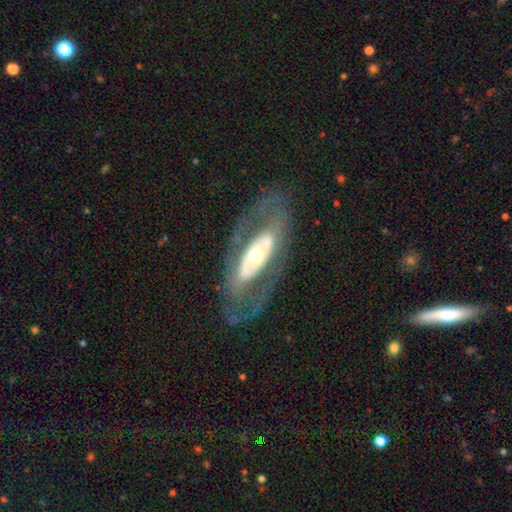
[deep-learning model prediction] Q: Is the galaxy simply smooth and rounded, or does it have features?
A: featured or disk — 76%.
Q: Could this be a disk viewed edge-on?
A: no — 87%.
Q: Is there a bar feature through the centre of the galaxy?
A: no — 70%.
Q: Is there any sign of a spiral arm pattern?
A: no — 58%.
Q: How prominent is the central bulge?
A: moderate — 63%.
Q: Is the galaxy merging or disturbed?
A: none — 72%.